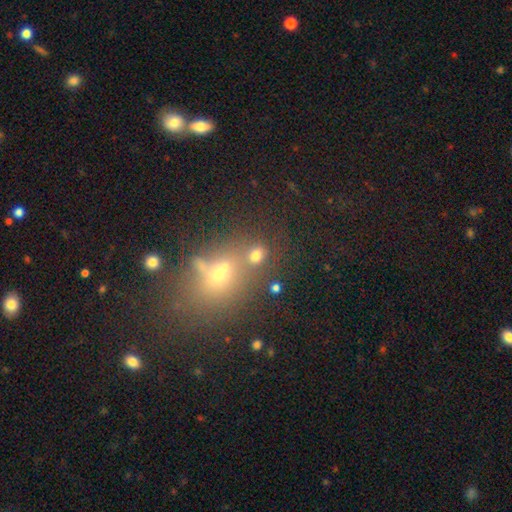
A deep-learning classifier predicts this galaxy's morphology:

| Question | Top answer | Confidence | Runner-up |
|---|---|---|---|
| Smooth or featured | smooth | 65% | star or artifact (23%) |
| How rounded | round | 63% | in between (35%) |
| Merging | none | 53% | merger (31%) |